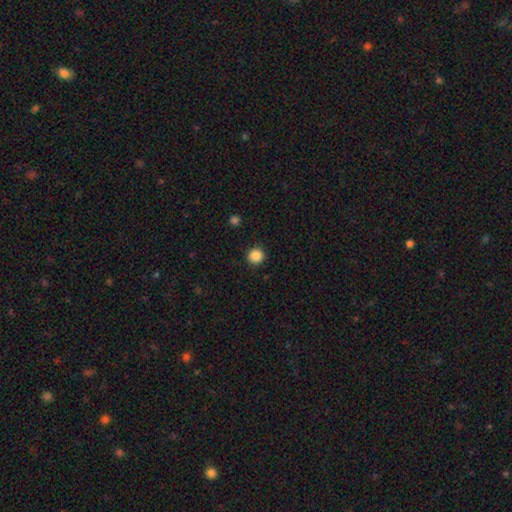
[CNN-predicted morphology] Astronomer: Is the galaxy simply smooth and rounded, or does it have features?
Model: smooth — 86%.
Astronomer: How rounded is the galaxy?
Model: round — 94%.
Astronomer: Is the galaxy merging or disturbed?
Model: none — 92%.